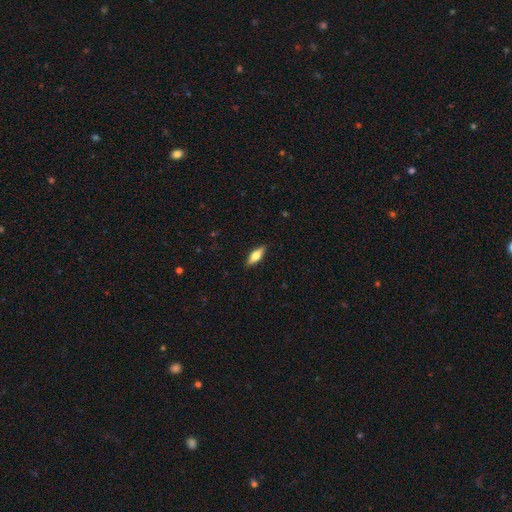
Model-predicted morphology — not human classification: Overall: smooth (59%; featured or disk 35%). How rounded: in between (62%; cigar-shaped 35%). Merging: none (88%).